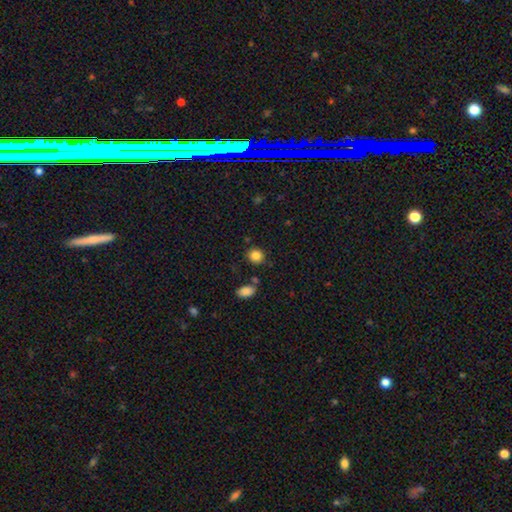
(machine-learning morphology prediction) A smooth galaxy with no disk features (85%) that is round (84%).

Vote fractions:
- Smooth or featured? smooth: 85% / star or artifact: 10% / featured or disk: 5%
- How rounded? round: 84% / in between: 15% / cigar-shaped: 1%
- Merging? none: 82% / minor disturbance: 9% / merger: 6% / major disturbance: 3%